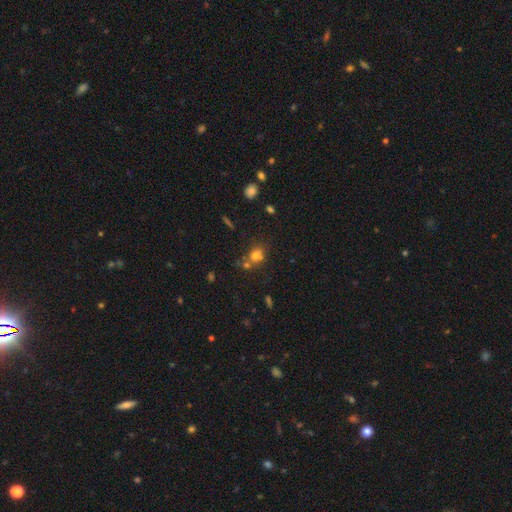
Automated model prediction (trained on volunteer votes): Q: Smooth or featured?
A: smooth (67%); runner-up: star or artifact (19%)
Q: How rounded?
A: round (61%); runner-up: in between (37%)
Q: Merging?
A: none (46%); runner-up: merger (35%)